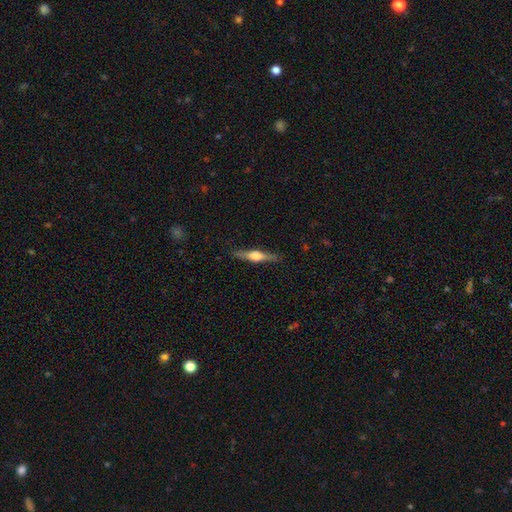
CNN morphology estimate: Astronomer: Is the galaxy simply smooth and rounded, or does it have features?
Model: featured or disk — 65%.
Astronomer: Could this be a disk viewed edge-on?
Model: yes — 97%.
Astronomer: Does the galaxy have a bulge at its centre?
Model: rounded — 91%.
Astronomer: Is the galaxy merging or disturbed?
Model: none — 88%.